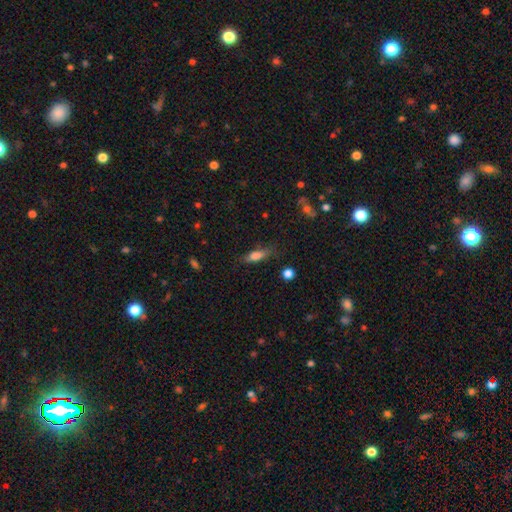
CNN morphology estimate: Overall: smooth (75%). How rounded: cigar-shaped (52%; in between 45%). Merging: none (71%).